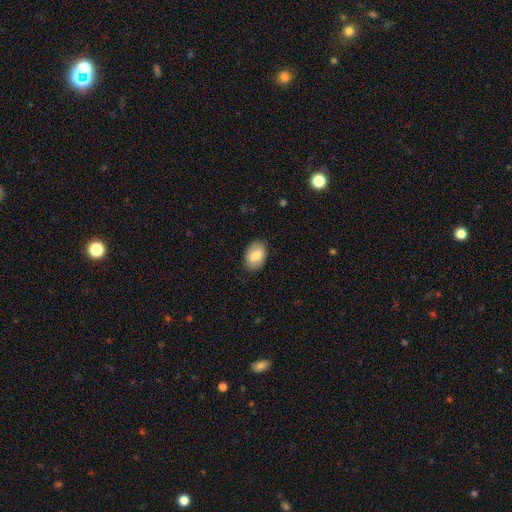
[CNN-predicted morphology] A smooth galaxy with no disk features (80%) that is in between round and cigar-shaped (89%). Merging: none (86%).